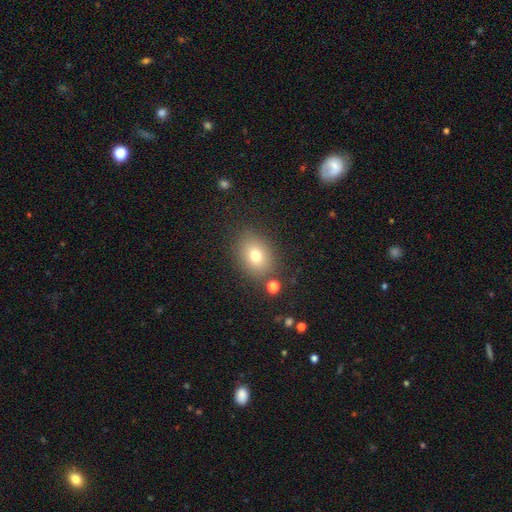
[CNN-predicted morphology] Q: Smooth or featured?
A: smooth (75%); runner-up: star or artifact (13%)
Q: How rounded?
A: in between (59%); runner-up: round (39%)
Q: Merging?
A: none (81%); runner-up: minor disturbance (11%)